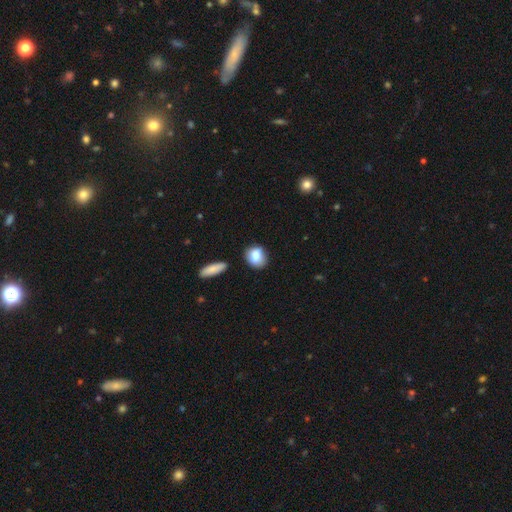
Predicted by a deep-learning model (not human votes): A smooth galaxy with no disk features (81%) that is round (50%). Merging: none (75%).